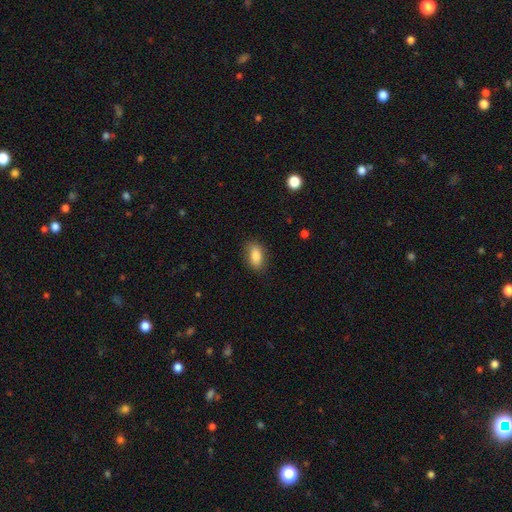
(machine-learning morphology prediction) Smooth or featured? smooth (86%)
How rounded? in between (90%)
Merging? none (83%)